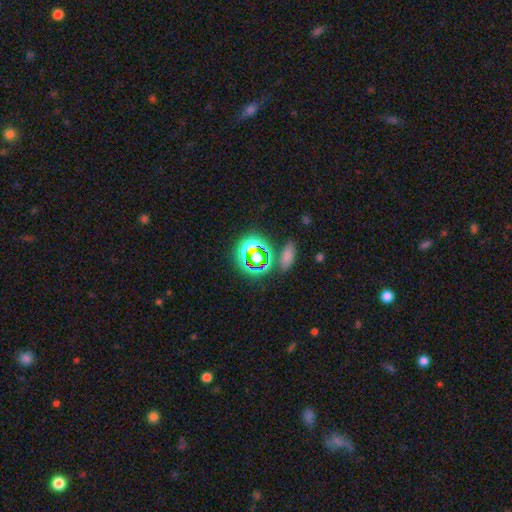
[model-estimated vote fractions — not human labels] star or artifact 58%, smooth 31%, featured or disk 12%.